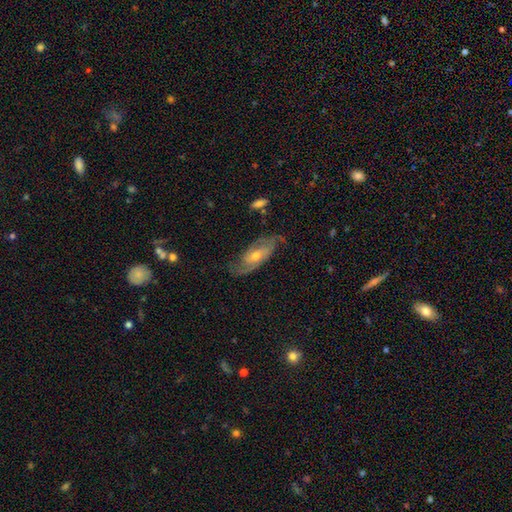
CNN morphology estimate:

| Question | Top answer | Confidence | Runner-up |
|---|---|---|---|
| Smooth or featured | featured or disk | 82% | smooth (11%) |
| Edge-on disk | no | 91% | yes (9%) |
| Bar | no | 59% | weak (32%) |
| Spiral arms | yes | 94% | no (6%) |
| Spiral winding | medium | 45% | tight (37%) |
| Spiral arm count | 2 | 79% | can't tell (11%) |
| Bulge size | moderate | 58% | small (37%) |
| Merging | none | 74% | minor disturbance (18%) |